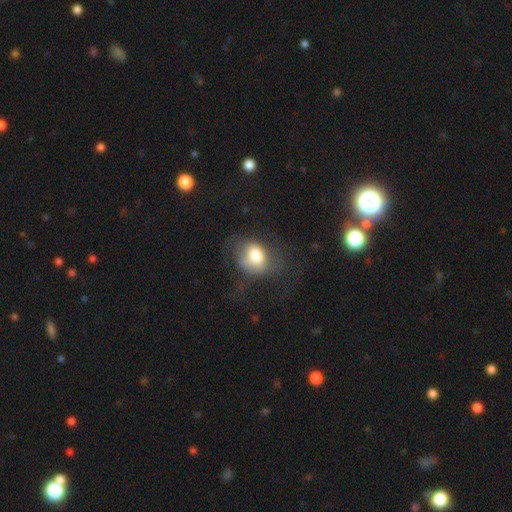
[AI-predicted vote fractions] The model was most divided on "how rounded": in between: 51%, round: 48%, cigar-shaped: 1%. Remaining: smooth or featured — smooth (74%); merging — none (48%).